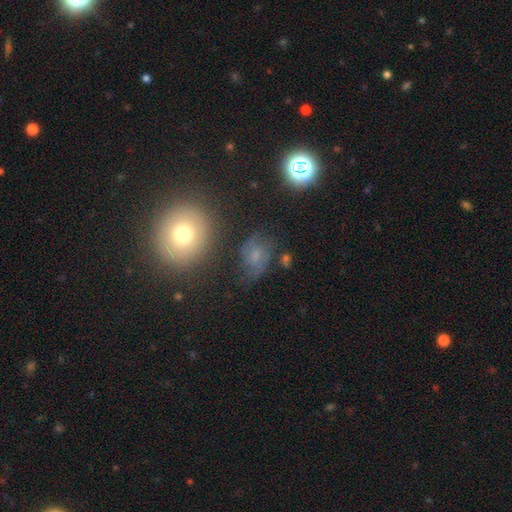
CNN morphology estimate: smooth-or-featured: featured or disk: 42% | smooth: 37% | star or artifact: 20%
  merging: none: 57% | minor disturbance: 23% | major disturbance: 15% | merger: 4%